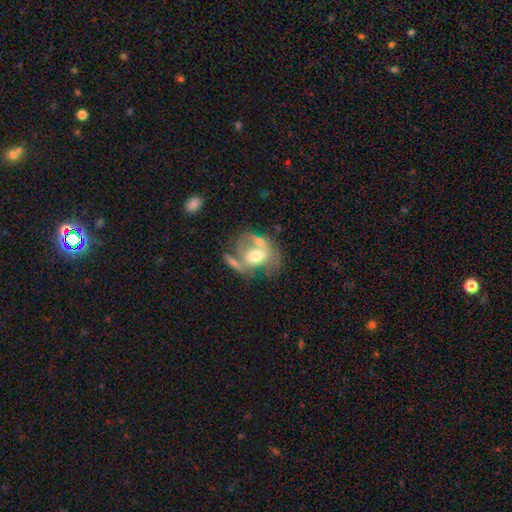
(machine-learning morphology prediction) smooth_or_featured: featured or disk (p=0.50) [alt: smooth p=0.41]
disk_edge_on: no (p=0.94) [alt: yes p=0.06]
merging: merger (p=0.42) [alt: none p=0.23]